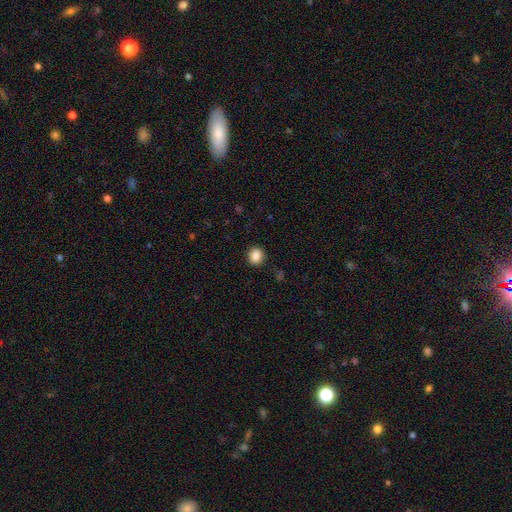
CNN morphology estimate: Smooth or featured? smooth (87%)
How rounded? round (77%)
Merging? none (90%)